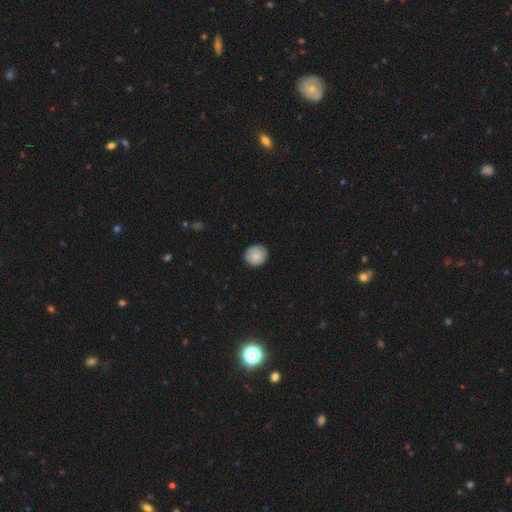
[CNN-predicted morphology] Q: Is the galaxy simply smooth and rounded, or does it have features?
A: smooth — 85%.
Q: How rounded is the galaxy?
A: round — 86%.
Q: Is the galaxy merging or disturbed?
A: none — 86%.